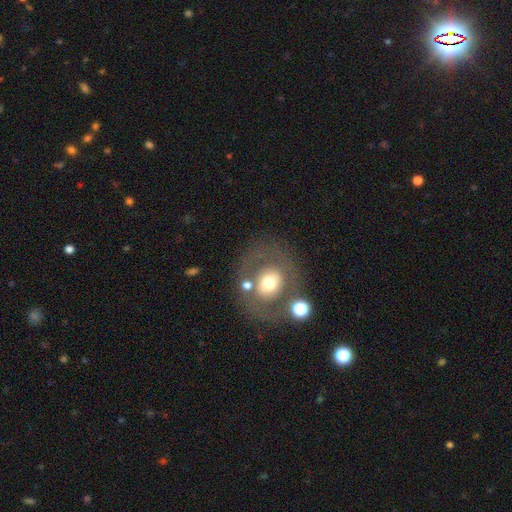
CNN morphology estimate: smooth-or-featured: featured or disk: 51% | smooth: 34% | star or artifact: 14%
  disk-edge-on: no: 95% | yes: 5%
  merging: none: 67% | minor disturbance: 14% | merger: 10% | major disturbance: 9%